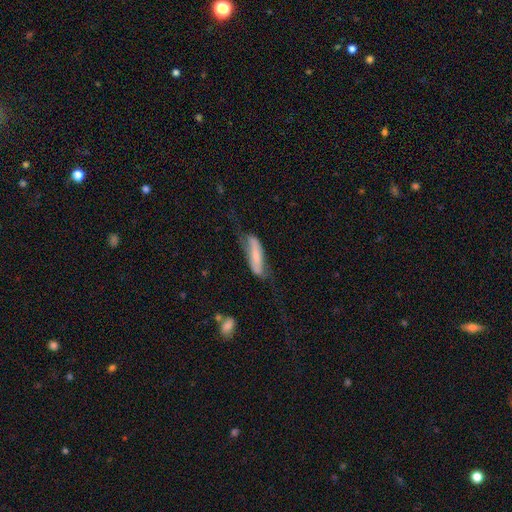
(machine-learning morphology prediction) Smooth or featured?
  - featured or disk: 50% *
  - smooth: 43%
  - star or artifact: 7%
Merging?
  - none: 47% *
  - minor disturbance: 27%
  - major disturbance: 22%
  - merger: 3%